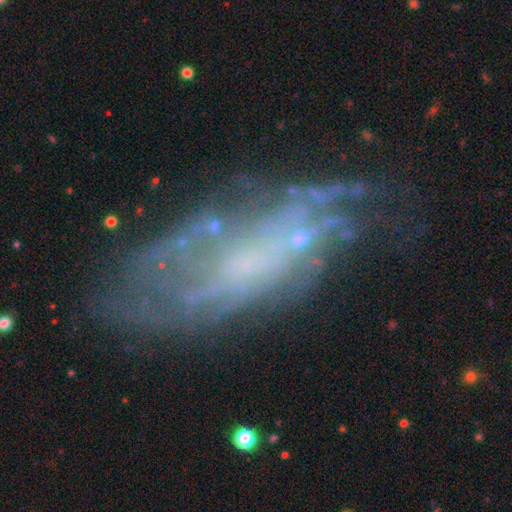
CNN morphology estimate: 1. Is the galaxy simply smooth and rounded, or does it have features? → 69% featured or disk, 19% smooth, 12% star or artifact.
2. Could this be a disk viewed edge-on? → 88% no, 12% yes.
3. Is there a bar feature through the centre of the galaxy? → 73% no, 21% weak, 6% strong.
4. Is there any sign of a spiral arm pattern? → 63% yes, 37% no.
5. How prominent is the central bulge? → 43% small, 42% none, 11% moderate, 2% large, 1% dominant.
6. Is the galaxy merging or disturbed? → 58% none, 21% minor disturbance, 17% major disturbance, 4% merger.